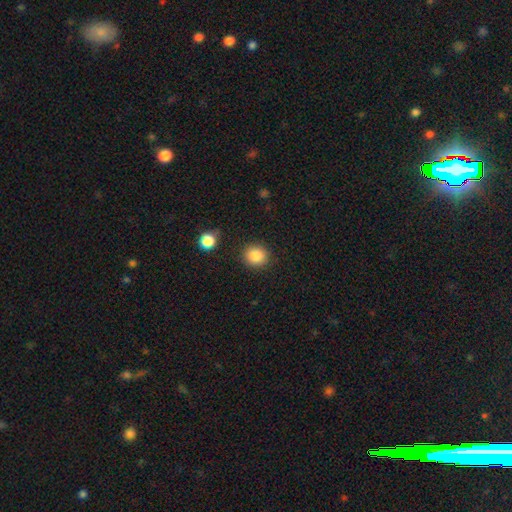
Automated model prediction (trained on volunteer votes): This appears to be a smooth galaxy with no disk features (86%) that is round (86%). Merging: none (88%).